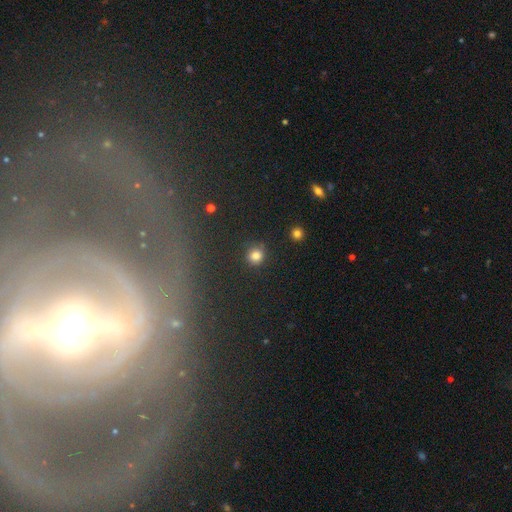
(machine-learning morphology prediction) This is clearly a smooth galaxy (82%). How rounded: clearly round (90%). Merging: clearly none (84%).